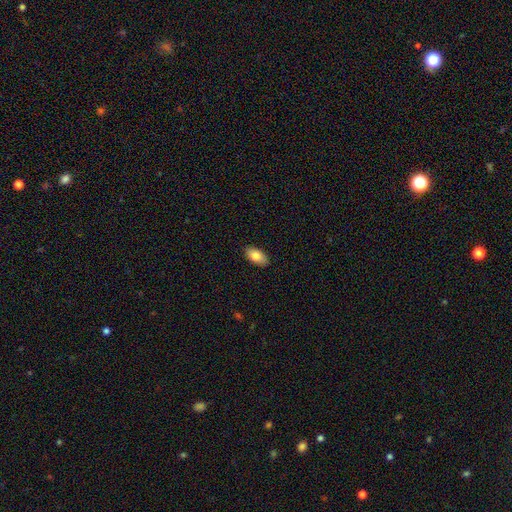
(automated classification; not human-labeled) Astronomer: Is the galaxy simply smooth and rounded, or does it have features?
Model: smooth — 82%.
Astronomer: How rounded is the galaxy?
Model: in between — 93%.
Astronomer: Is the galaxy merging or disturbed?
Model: none — 89%.